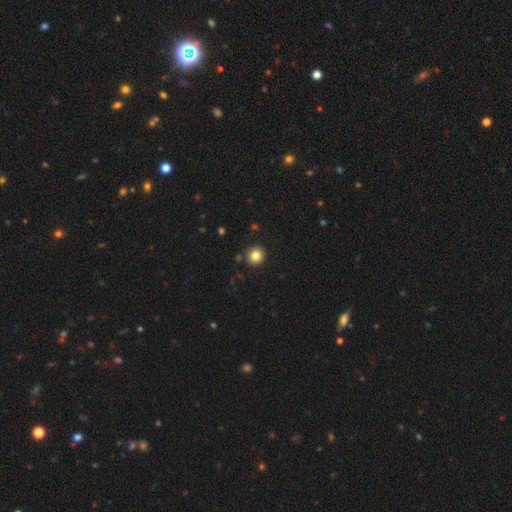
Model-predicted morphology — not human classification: A smooth galaxy with no disk features (83%) that is round (91%).

Vote fractions:
- Smooth or featured? smooth: 83% / star or artifact: 11% / featured or disk: 6%
- How rounded? round: 91% / in between: 8% / cigar-shaped: 1%
- Merging? none: 91% / minor disturbance: 6% / merger: 2% / major disturbance: 2%